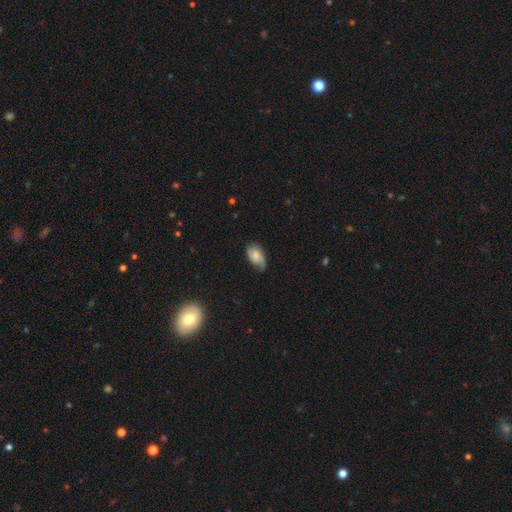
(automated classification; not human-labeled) This appears to be a smooth galaxy with no disk features (67%) that is in between round and cigar-shaped (92%). Merging: none (51%).